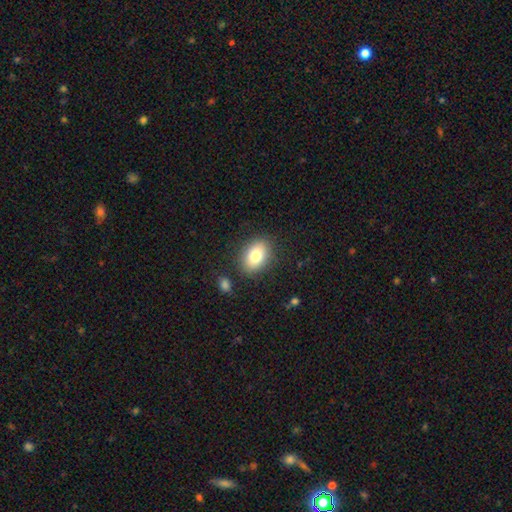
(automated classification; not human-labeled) A smooth galaxy with no disk features (80%) that is in between round and cigar-shaped (77%).

Vote fractions:
- Smooth or featured? smooth: 80% / featured or disk: 11% / star or artifact: 8%
- How rounded? in between: 77% / round: 22% / cigar-shaped: 1%
- Merging? none: 85% / minor disturbance: 10% / major disturbance: 3% / merger: 2%